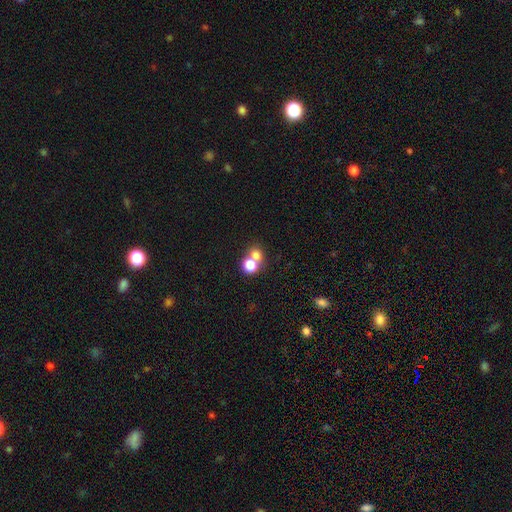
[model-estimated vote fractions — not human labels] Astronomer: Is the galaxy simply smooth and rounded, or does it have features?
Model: smooth — 73%.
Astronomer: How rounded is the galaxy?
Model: round — 74%.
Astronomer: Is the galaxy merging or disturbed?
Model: merger — 53% (runner-up: none, 37%).